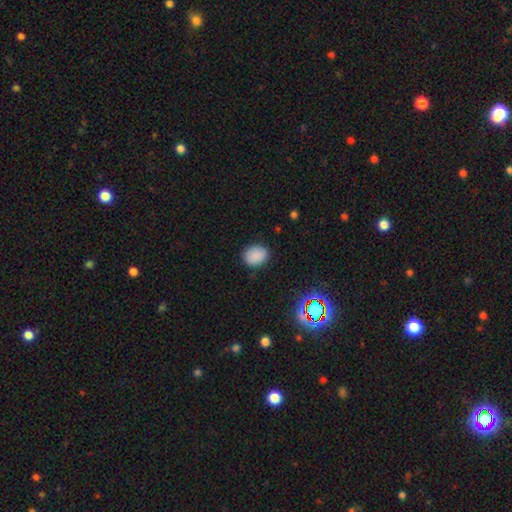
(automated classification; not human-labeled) A smooth galaxy with no disk features (85%) that is in between round and cigar-shaped (59%).

Vote fractions:
- Smooth or featured? smooth: 85% / star or artifact: 11% / featured or disk: 4%
- How rounded? in between: 59% / round: 41% / cigar-shaped: 1%
- Merging? none: 84% / minor disturbance: 12% / major disturbance: 3% / merger: 1%